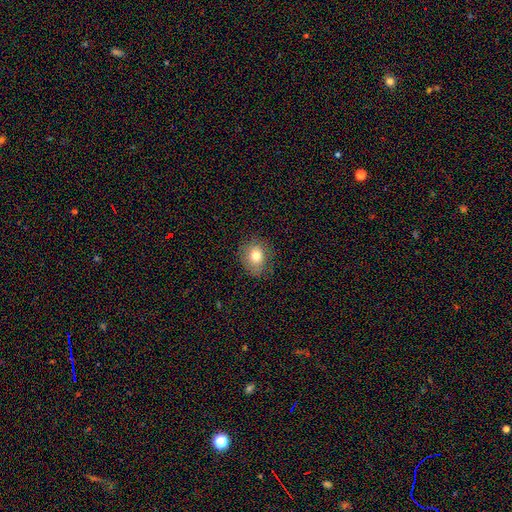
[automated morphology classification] smooth-or-featured: smooth: 76% | featured or disk: 14% | star or artifact: 10%
  how-rounded: round: 51% | in between: 48% | cigar-shaped: 1%
  merging: none: 77% | minor disturbance: 17% | major disturbance: 5% | merger: 1%